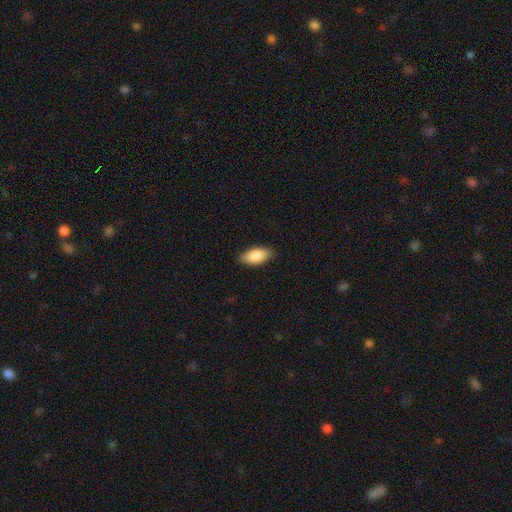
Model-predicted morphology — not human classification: Overall: smooth (84%). How rounded: in between (89%). Merging: none (86%).